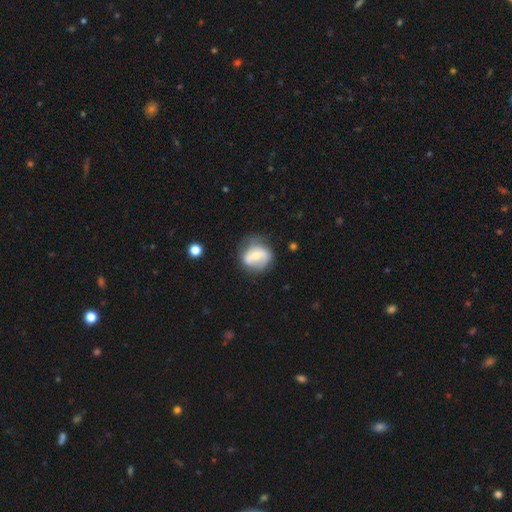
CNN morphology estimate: A featured or disk galaxy (51%).

Vote fractions:
- Smooth or featured? featured or disk: 51% / smooth: 42% / star or artifact: 7%
- Edge-on disk? no: 96% / yes: 4%
- Merging? none: 51% / minor disturbance: 28% / major disturbance: 15% / merger: 5%